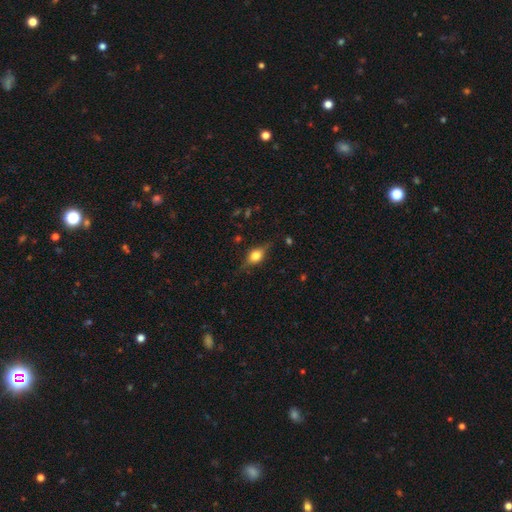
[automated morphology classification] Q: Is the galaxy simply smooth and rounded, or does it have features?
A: smooth — 46%.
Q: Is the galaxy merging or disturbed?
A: none — 77%.